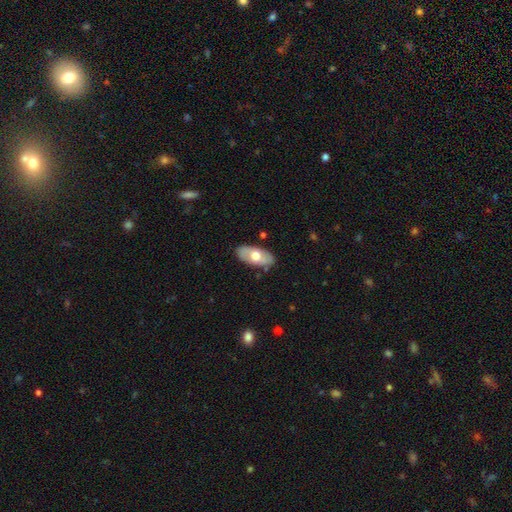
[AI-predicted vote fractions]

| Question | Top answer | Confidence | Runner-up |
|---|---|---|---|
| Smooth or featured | smooth | 57% | featured or disk (37%) |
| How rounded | in between | 92% | cigar-shaped (5%) |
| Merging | none | 84% | minor disturbance (12%) |